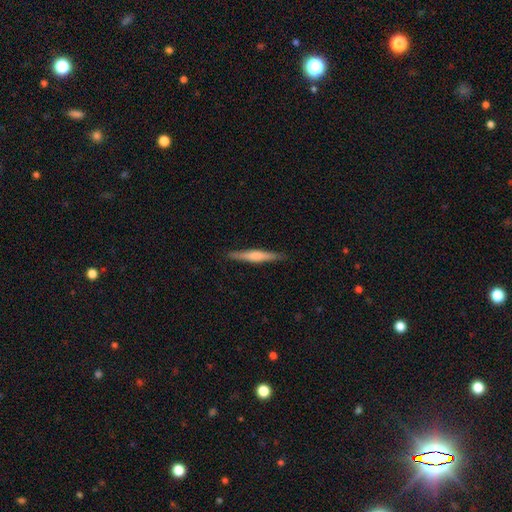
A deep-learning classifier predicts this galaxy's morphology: A featured or disk galaxy (51%) viewed edge-on (97%).

Vote fractions:
- Smooth or featured? featured or disk: 51% / smooth: 44% / star or artifact: 6%
- Edge-on disk? yes: 97% / no: 3%
- Merging? none: 90% / minor disturbance: 8% / major disturbance: 2% / merger: 1%